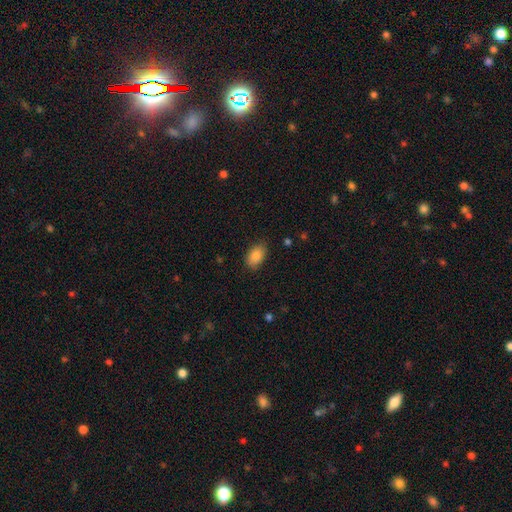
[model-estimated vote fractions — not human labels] Morphology: type=smooth (86%); roundness=in between (88%); merging=none (82%).